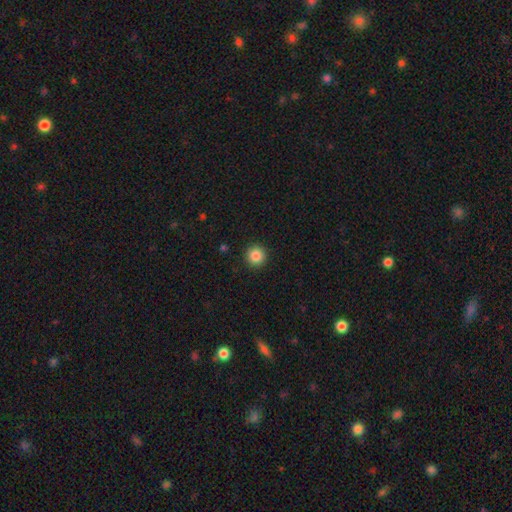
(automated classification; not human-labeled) smooth_or_featured: smooth (p=0.86) [alt: star or artifact p=0.10]
how_rounded: round (p=0.95) [alt: in between p=0.04]
merging: none (p=0.92) [alt: minor disturbance p=0.05]